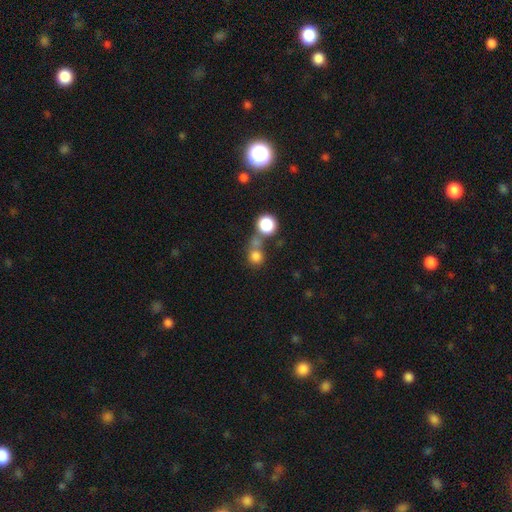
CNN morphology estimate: A smooth galaxy with no disk features (79%) that is round (86%). Merging: none (49%).